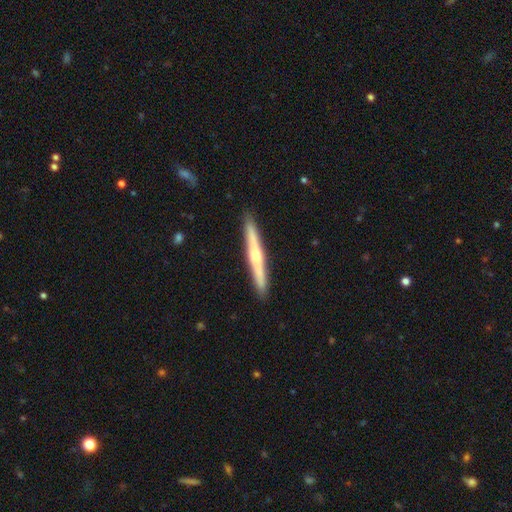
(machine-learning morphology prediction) Overall: featured or disk (56%; smooth 38%). Edge-on disk: yes (97%). Edge-on bulge: rounded (62%; none 29%). Merging: none (92%).